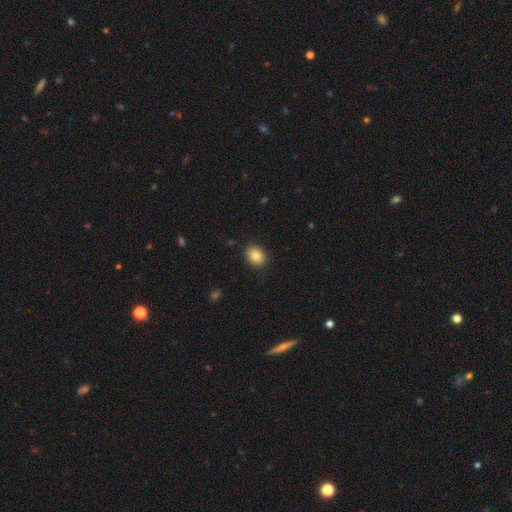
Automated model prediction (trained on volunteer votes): smooth_or_featured: smooth (p=0.84) [alt: star or artifact p=0.09]
how_rounded: in between (p=0.59) [alt: round p=0.40]
merging: none (p=0.88) [alt: minor disturbance p=0.09]